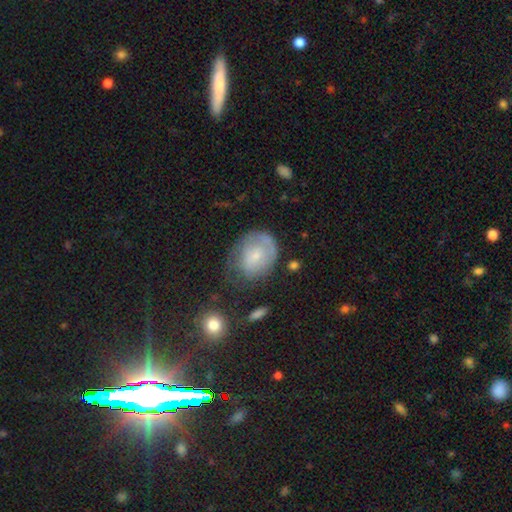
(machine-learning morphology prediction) smooth 54%, featured or disk 38%, star or artifact 8%. Down the decision tree: how rounded — in between (50%); merging — none (48%).